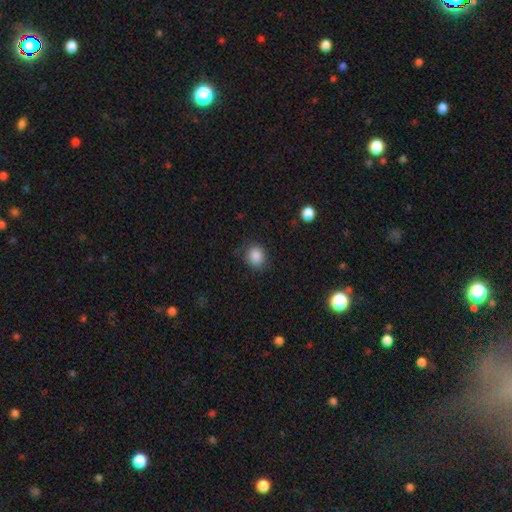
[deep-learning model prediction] Q: Smooth or featured?
A: smooth (86%); runner-up: star or artifact (9%)
Q: How rounded?
A: round (75%); runner-up: in between (24%)
Q: Merging?
A: none (80%); runner-up: minor disturbance (15%)